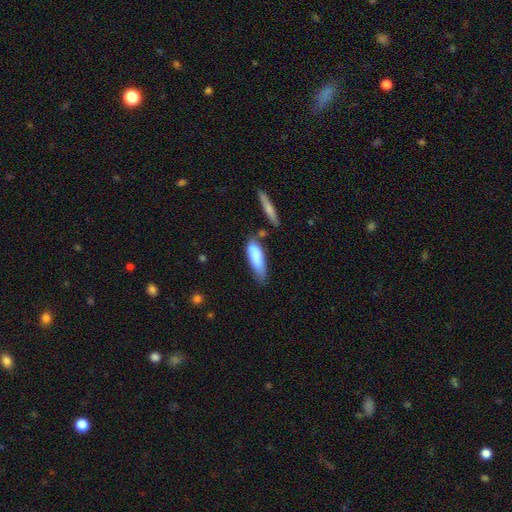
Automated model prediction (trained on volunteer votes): The model was most divided on "how rounded" (2-way tie): in between: 49%, cigar-shaped: 49%, round: 2%. More confident: smooth or featured — smooth (82%); merging — none (51%).